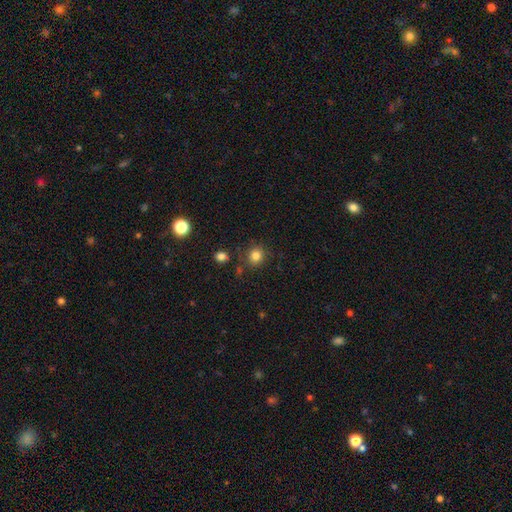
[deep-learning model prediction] smooth_or_featured: smooth (p=0.83) [alt: star or artifact p=0.12]
how_rounded: round (p=0.86) [alt: in between p=0.13]
merging: none (p=0.82) [alt: minor disturbance p=0.10]